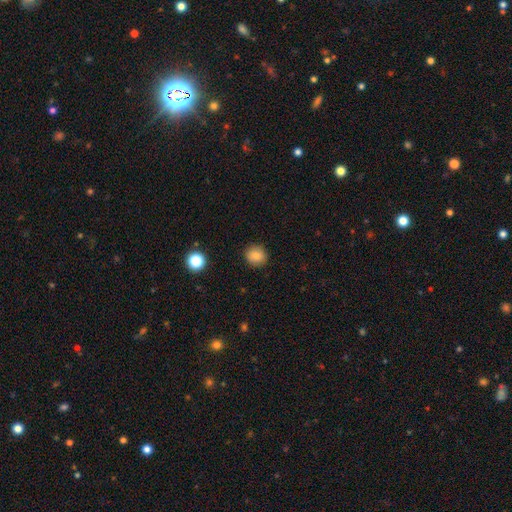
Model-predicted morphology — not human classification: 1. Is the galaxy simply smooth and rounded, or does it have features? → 84% smooth, 10% star or artifact, 5% featured or disk.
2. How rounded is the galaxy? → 88% round, 12% in between, 1% cigar-shaped.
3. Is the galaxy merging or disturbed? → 90% none, 7% minor disturbance, 2% major disturbance, 1% merger.